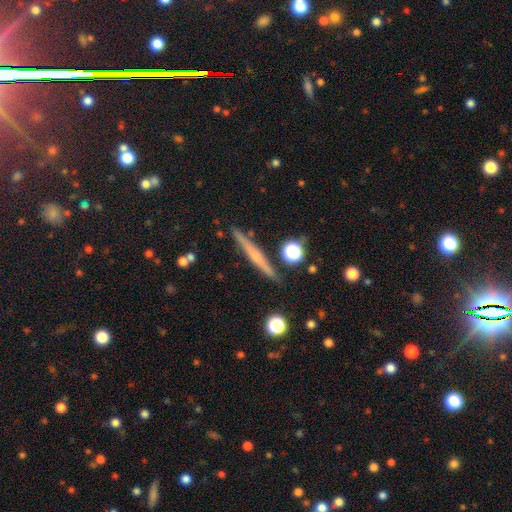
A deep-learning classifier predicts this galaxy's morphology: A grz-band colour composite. It shows a featured or disk galaxy (60%) viewed edge-on (97%) with a rounded central bulge (53%). Merging: none (89%).